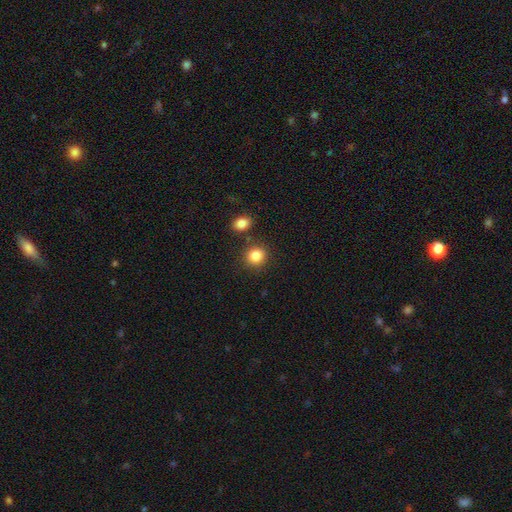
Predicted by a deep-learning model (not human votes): Morphology: type=smooth (85%); roundness=round (85%); merging=none (81%).